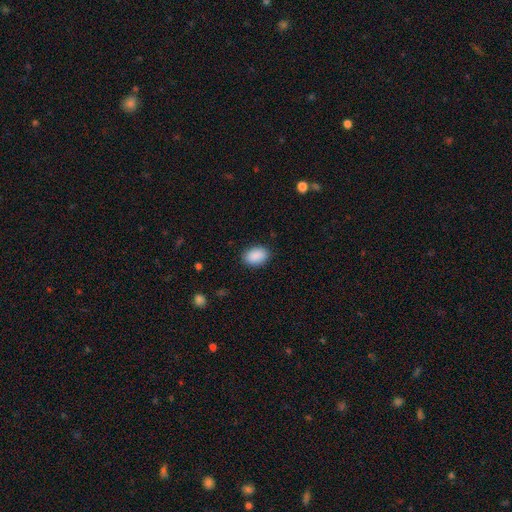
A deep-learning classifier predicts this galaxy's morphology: smooth 90%, star or artifact 7%, featured or disk 3%. Down the decision tree: how rounded — in between (85%); merging — none (87%).